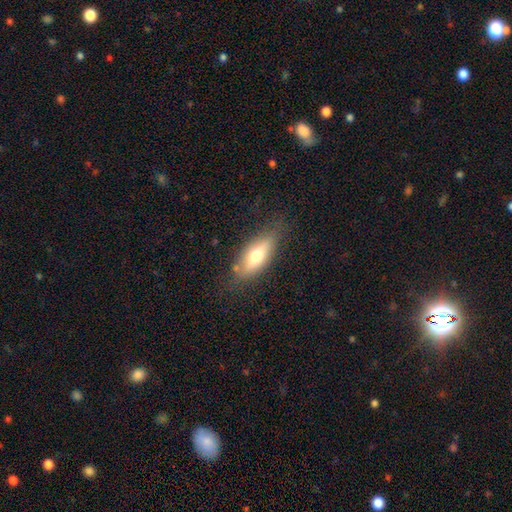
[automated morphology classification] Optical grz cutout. It shows a smooth galaxy with no disk features (61%) that is in between round and cigar-shaped (70%). Merging: none (76%).